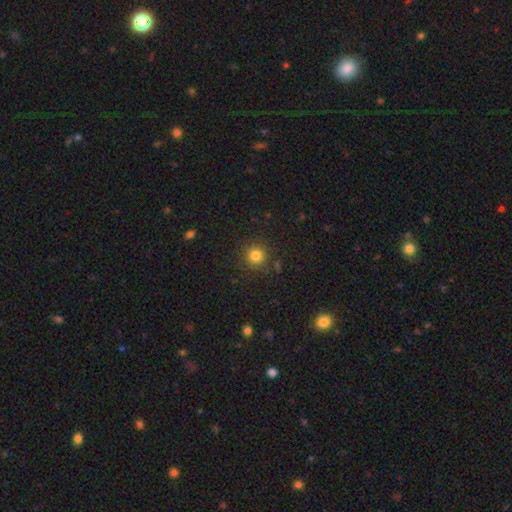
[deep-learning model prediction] Smooth or featured? Predicted: smooth (p=0.81). How rounded? Predicted: round (p=0.93). Merging? Predicted: none (p=0.87).